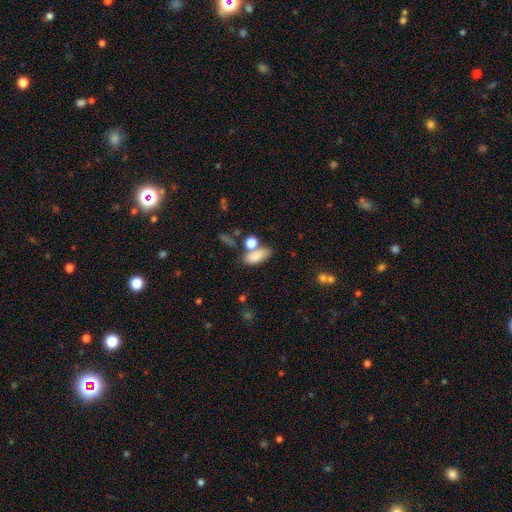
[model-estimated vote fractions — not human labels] smooth 82%, featured or disk 9%, star or artifact 9%. Down the decision tree: how rounded — in between (84%); merging — none (55%).